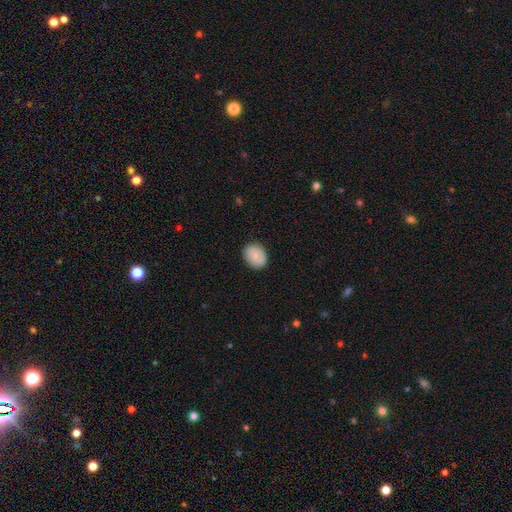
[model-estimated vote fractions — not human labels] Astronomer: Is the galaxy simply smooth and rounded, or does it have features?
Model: smooth — 80%.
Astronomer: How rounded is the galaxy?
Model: round — 50%, tied with in between at 50%.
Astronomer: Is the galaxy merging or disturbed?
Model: none — 87%.